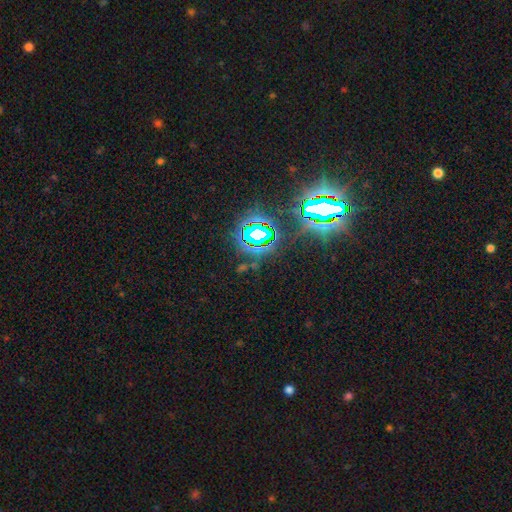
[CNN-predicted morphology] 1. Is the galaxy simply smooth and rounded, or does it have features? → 82% star or artifact, 11% smooth, 8% featured or disk.